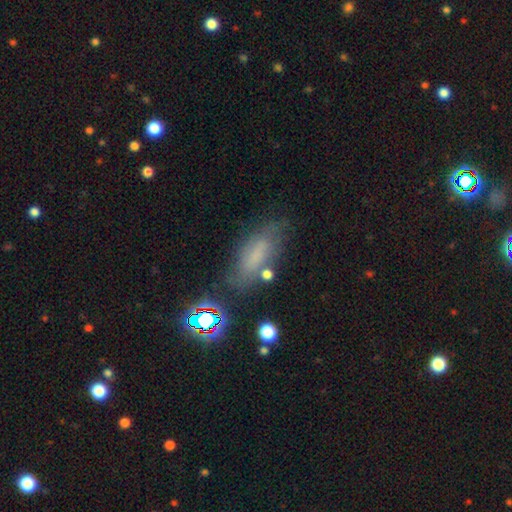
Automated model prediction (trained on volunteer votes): Smooth or featured? Predicted: smooth (p=0.54). How rounded? Predicted: in between (p=0.70). Merging? Predicted: none (p=0.63).